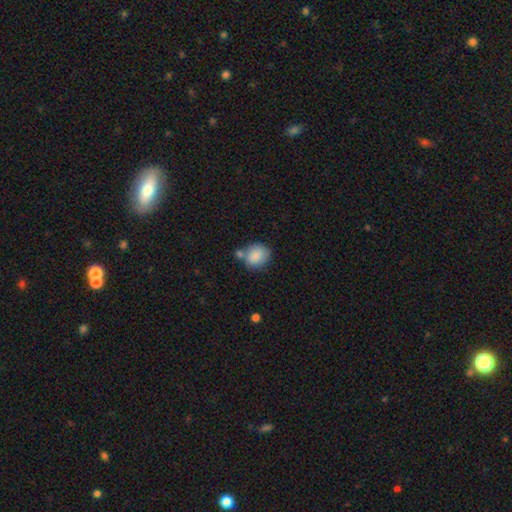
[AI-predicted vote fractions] A smooth galaxy with no disk features (86%) that is round (60%). Merging: none (52%).